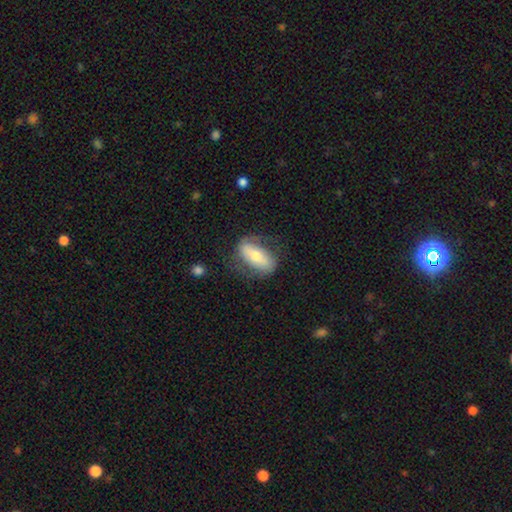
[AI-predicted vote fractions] Smooth or featured? featured or disk (52%)
Edge-on disk? no (86%)
Merging? none (66%)